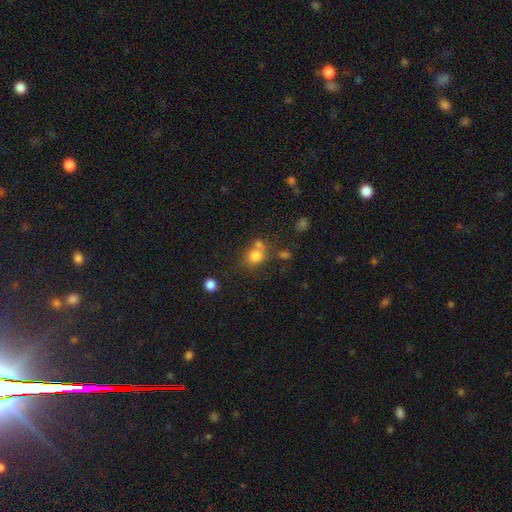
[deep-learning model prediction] The model was most divided on "merging": none: 55%, merger: 27%, minor disturbance: 13%, major disturbance: 6%. More confident: smooth or featured — smooth (78%); how rounded — round (68%).